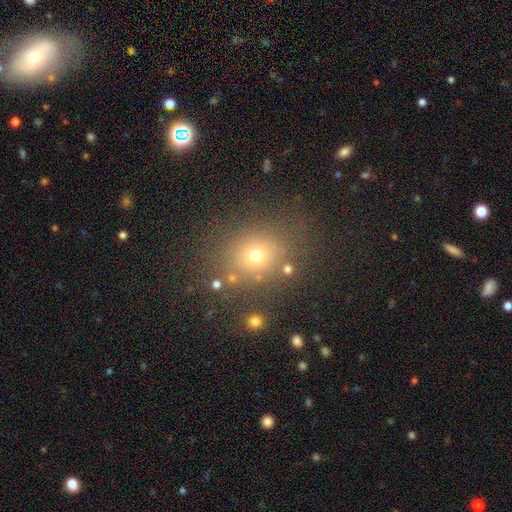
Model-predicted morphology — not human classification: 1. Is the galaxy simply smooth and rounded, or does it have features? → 68% smooth, 22% star or artifact, 10% featured or disk.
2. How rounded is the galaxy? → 69% round, 30% in between, 1% cigar-shaped.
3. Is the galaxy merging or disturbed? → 79% none, 11% minor disturbance, 5% major disturbance, 4% merger.